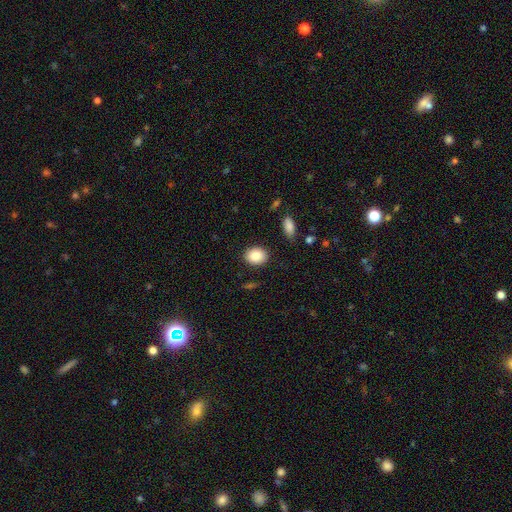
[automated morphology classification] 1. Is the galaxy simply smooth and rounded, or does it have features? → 86% smooth, 8% star or artifact, 6% featured or disk.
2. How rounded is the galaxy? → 58% in between, 41% round, 1% cigar-shaped.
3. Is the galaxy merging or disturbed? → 87% none, 9% minor disturbance, 3% major disturbance, 2% merger.